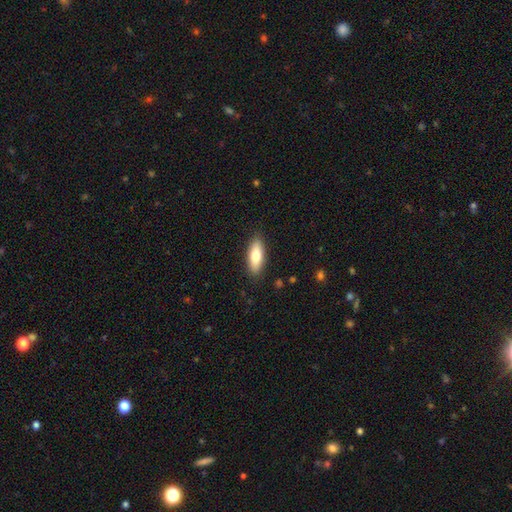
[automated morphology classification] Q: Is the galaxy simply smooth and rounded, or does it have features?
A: smooth — 77%.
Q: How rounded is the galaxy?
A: in between — 67%.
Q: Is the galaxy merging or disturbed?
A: none — 88%.